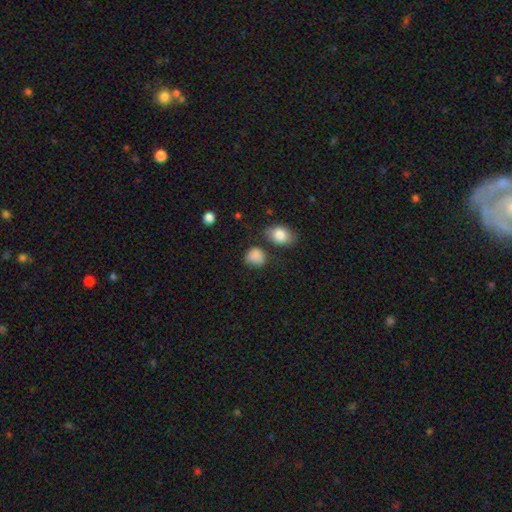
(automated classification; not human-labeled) Smooth or featured? smooth (85%)
How rounded? round (64%)
Merging? none (64%)